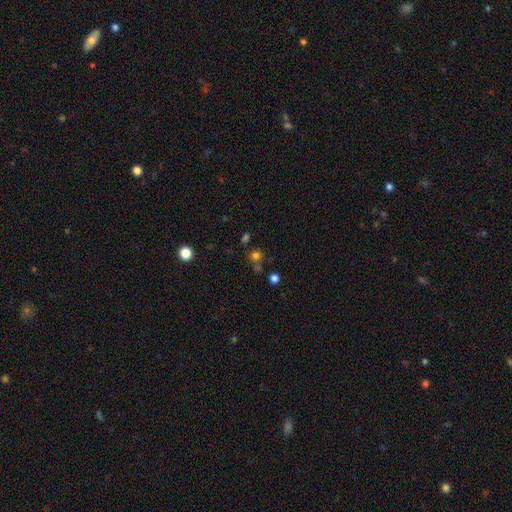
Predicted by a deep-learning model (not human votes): The model was most divided on "smooth or featured": smooth: 67%, star or artifact: 25%, featured or disk: 8%. More confident: how rounded — round (84%); merging — none (65%).